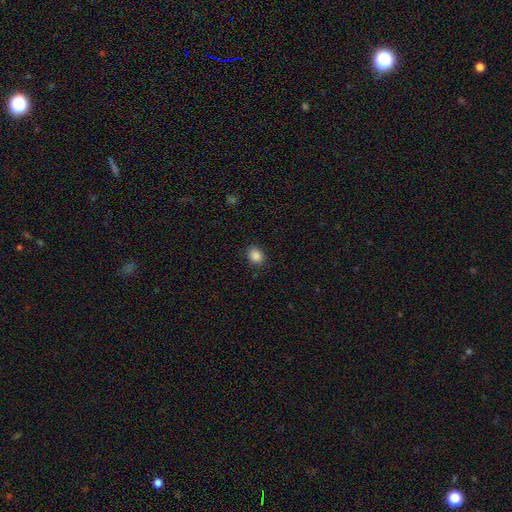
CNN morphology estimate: This is clearly a smooth galaxy (87%). How rounded: likely round (61%). Merging: clearly none (88%).